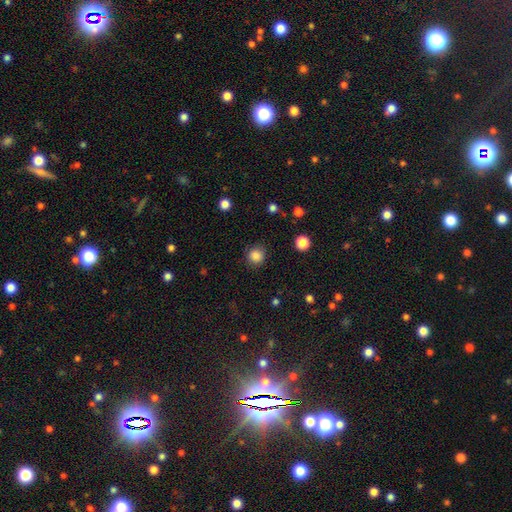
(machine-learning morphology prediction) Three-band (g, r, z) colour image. It shows a smooth galaxy with no disk features (85%) that is round (90%). Merging: none (87%).